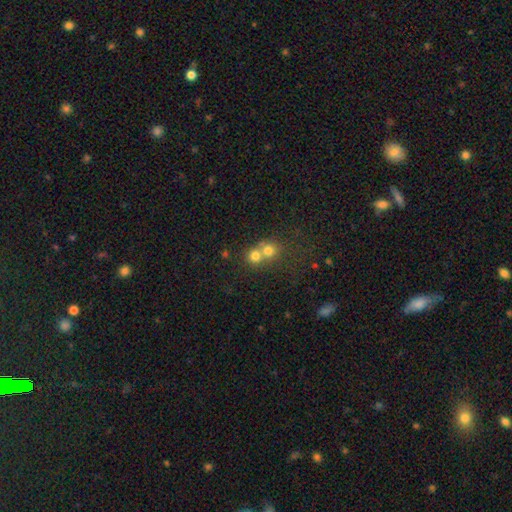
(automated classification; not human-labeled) Smooth or featured: smooth — 73% (star or artifact — 13%)
How rounded: round — 85% (in between — 14%)
Merging: merger — 60% (none — 34%)